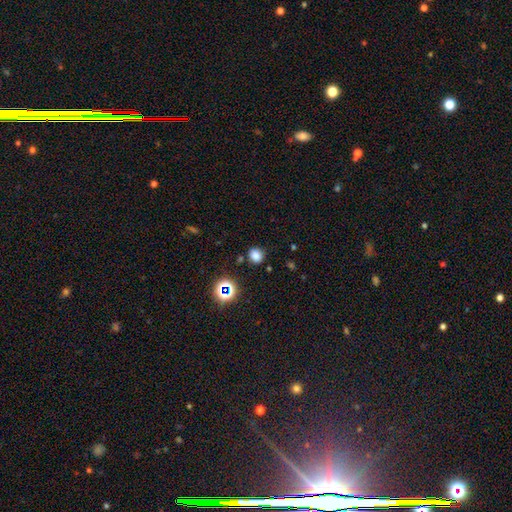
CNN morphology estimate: This appears to be a smooth galaxy with no disk features (75%) that is round (72%). Merging: none (83%).